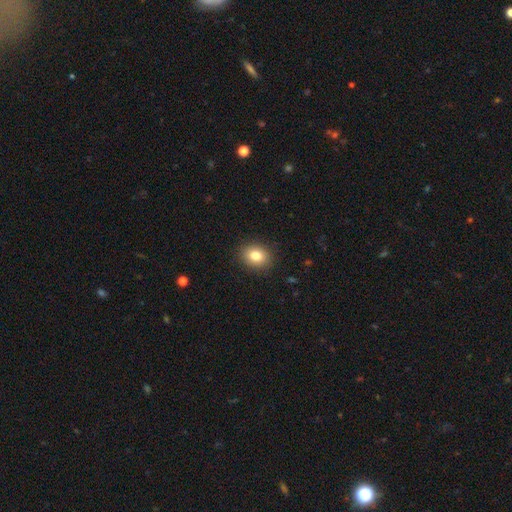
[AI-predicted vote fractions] smooth 82%, star or artifact 10%, featured or disk 8%. Down the decision tree: how rounded — round (50%); merging — none (90%).